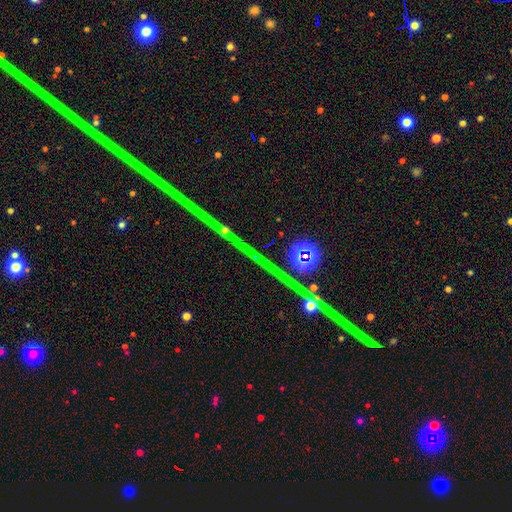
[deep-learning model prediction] star or artifact 84%, featured or disk 9%, smooth 7%.